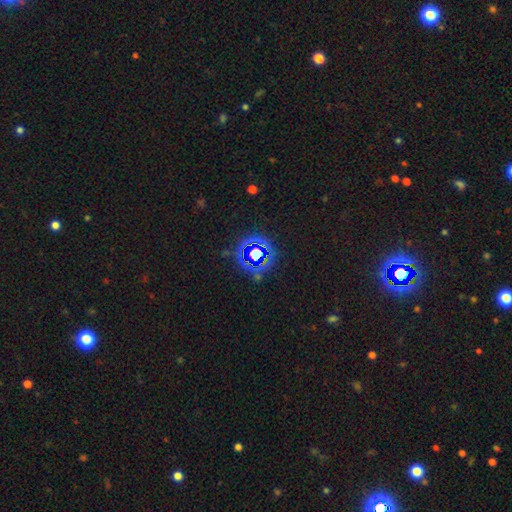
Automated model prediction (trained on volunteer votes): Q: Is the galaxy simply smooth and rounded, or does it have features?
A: star or artifact — 79%.